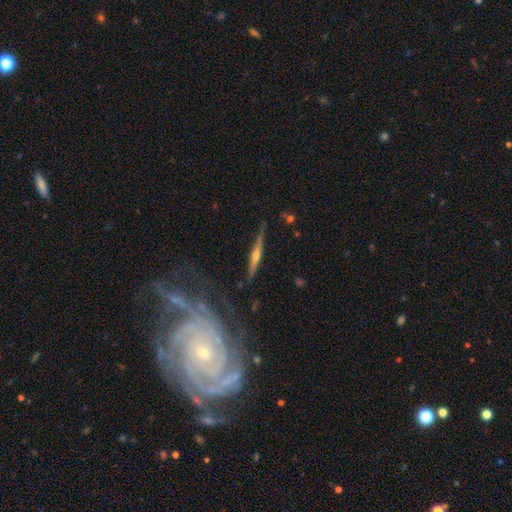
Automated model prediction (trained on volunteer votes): A featured or disk galaxy (76%) viewed edge-on (96%) with a rounded central bulge (88%). Merging: none (84%).